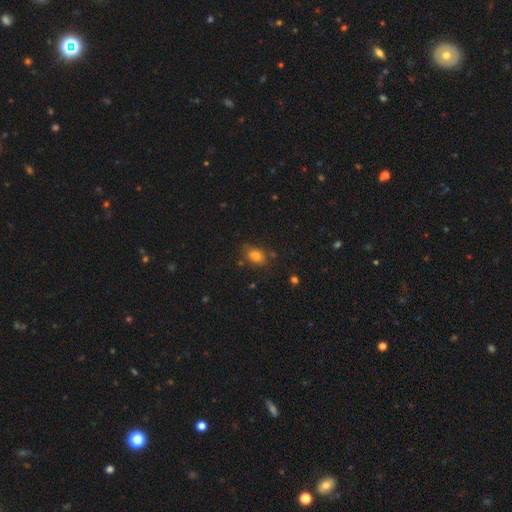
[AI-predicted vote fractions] Smooth or featured? Predicted: smooth (p=0.80). How rounded? Predicted: in between (p=0.76). Merging? Predicted: none (p=0.71).